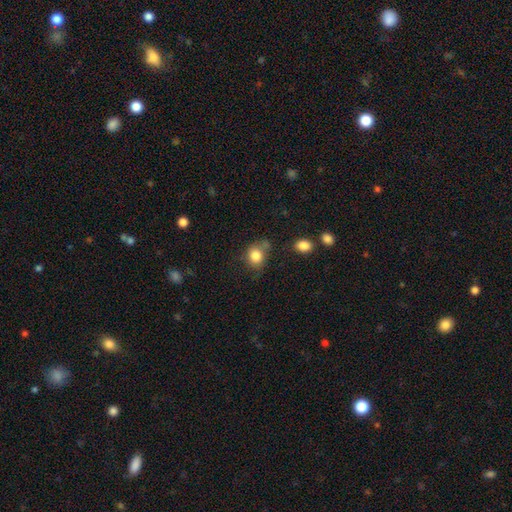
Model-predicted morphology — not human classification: Smooth or featured? Predicted: smooth (p=0.83). How rounded? Predicted: round (p=0.63). Merging? Predicted: none (p=0.59).